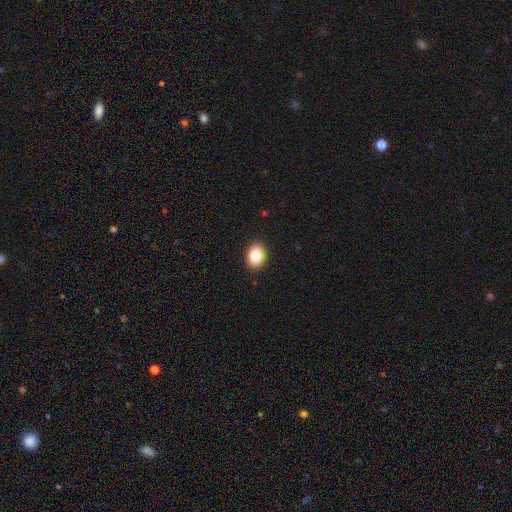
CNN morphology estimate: A smooth galaxy with no disk features (88%) that is in between round and cigar-shaped (73%). Merging: none (90%).